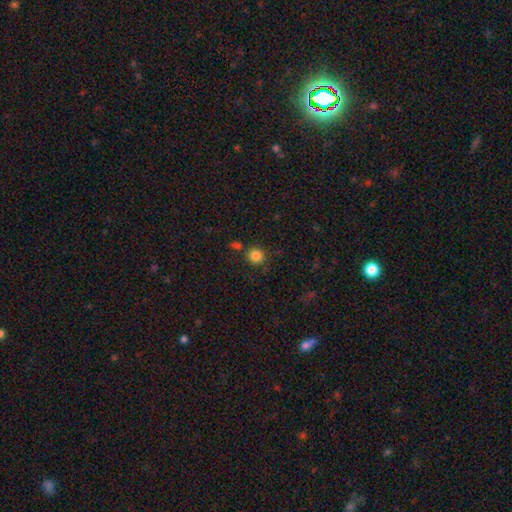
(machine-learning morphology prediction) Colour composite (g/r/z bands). It shows a smooth galaxy with no disk features (84%) that is round (91%). Merging: none (79%).